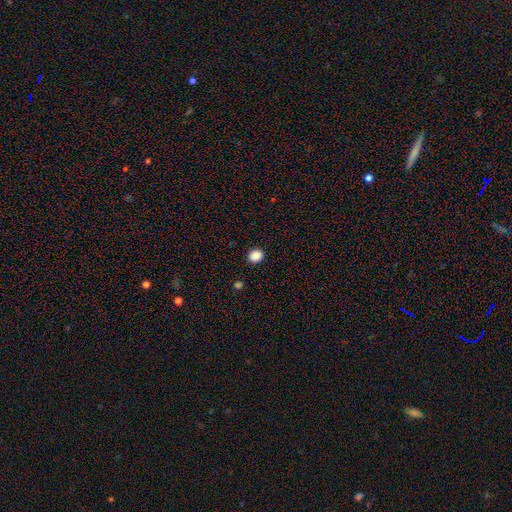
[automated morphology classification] type=smooth (88%); roundness=round (63%); merging=none (90%).